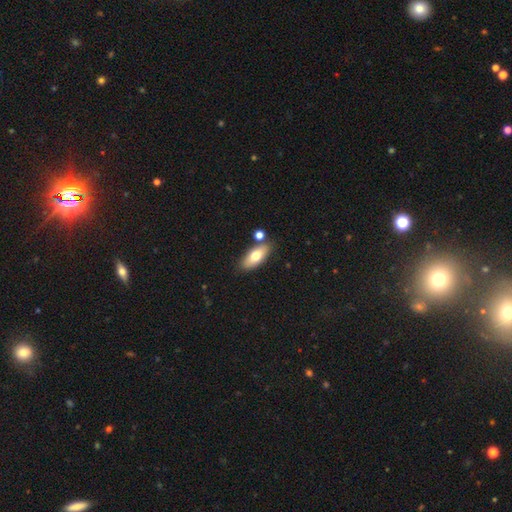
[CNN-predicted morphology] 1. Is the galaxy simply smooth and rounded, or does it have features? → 71% smooth, 22% featured or disk, 7% star or artifact.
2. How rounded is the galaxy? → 82% in between, 15% cigar-shaped, 3% round.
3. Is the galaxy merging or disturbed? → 77% none, 11% minor disturbance, 10% merger, 3% major disturbance.